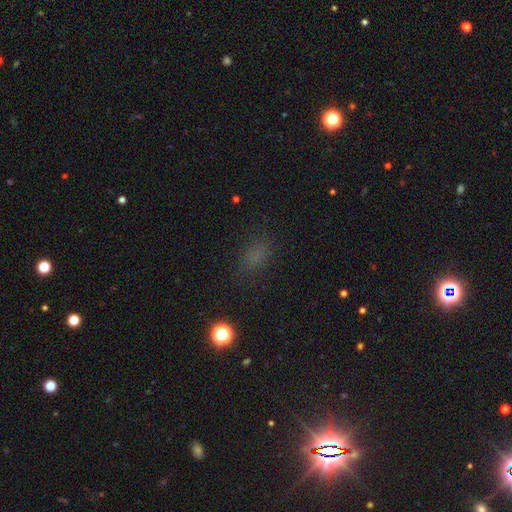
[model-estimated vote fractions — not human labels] This is likely a smooth galaxy (66%). How rounded: likely in between (70%). Merging: likely none (78%).